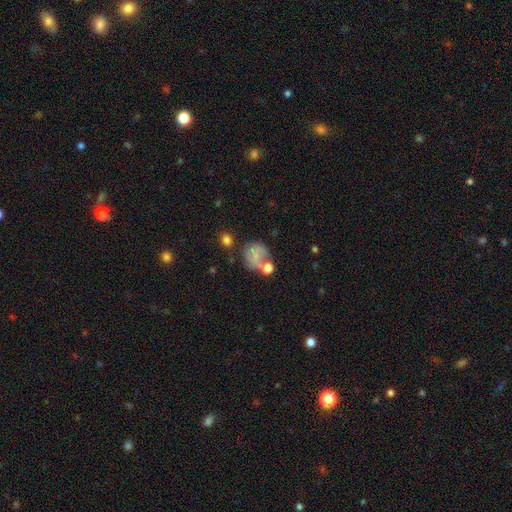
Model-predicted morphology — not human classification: Smooth or featured: smooth — 58% (featured or disk — 29%)
How rounded: round — 76% (in between — 23%)
Merging: none — 41% (minor disturbance — 21%)